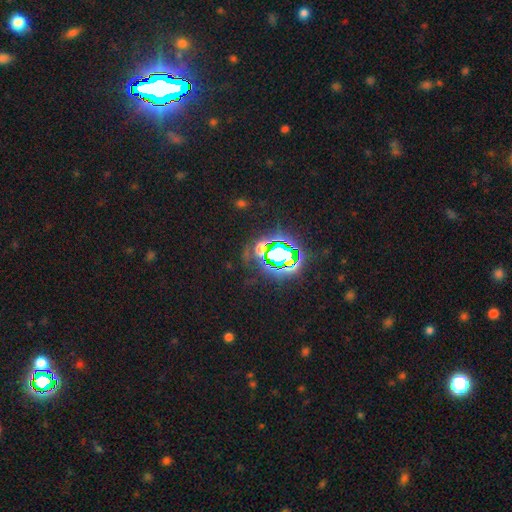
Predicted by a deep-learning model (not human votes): This appears to be a star or artifact, not a galaxy (79%).